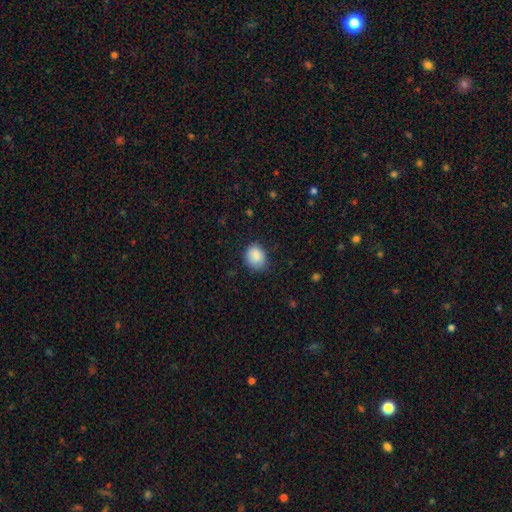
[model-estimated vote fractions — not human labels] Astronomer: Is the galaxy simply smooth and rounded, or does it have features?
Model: smooth — 86%.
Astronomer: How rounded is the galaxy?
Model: round — 59% (runner-up: in between, 40%).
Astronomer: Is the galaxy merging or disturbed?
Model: none — 75%.